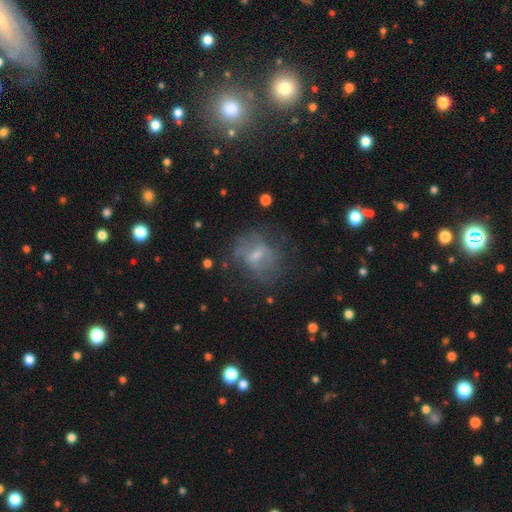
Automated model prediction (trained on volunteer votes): Smooth or featured?
  - featured or disk: 51% *
  - smooth: 36%
  - star or artifact: 13%
Edge-on disk?
  - no: 95% *
  - yes: 5%
Merging?
  - none: 54% *
  - minor disturbance: 22%
  - major disturbance: 22%
  - merger: 3%